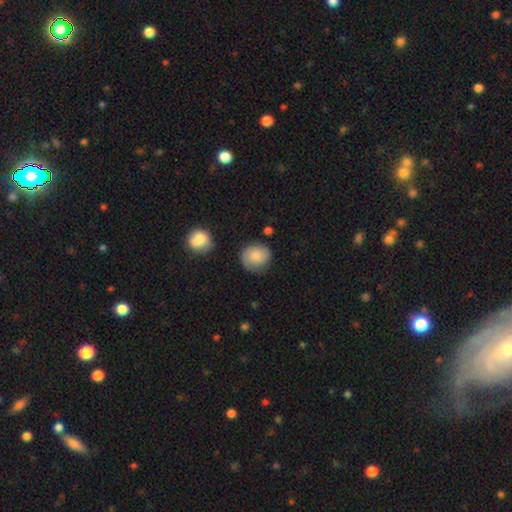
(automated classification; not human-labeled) This appears to be a smooth galaxy with no disk features (67%) that is round (80%). Merging: none (74%).